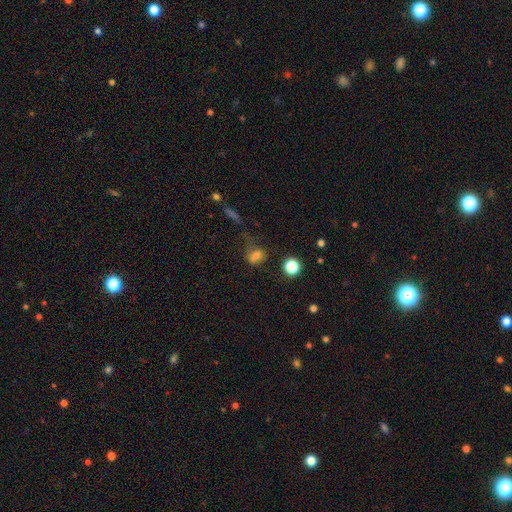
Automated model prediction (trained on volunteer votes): Smooth or featured: smooth — 68% (star or artifact — 21%)
How rounded: in between — 54% (round — 42%)
Merging: none — 48% (minor disturbance — 21%)